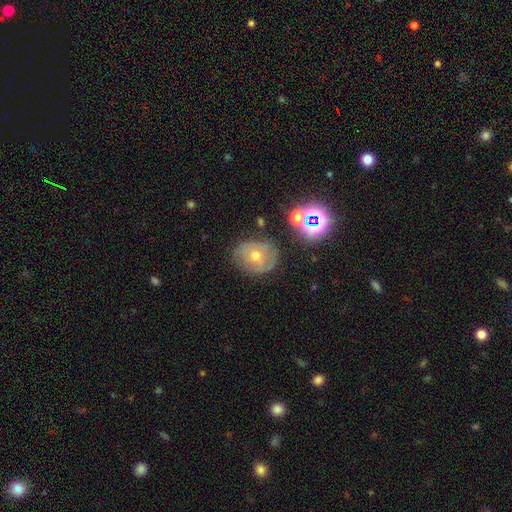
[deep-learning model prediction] Overall: featured or disk (46%; smooth 38%). Merging: none (69%).